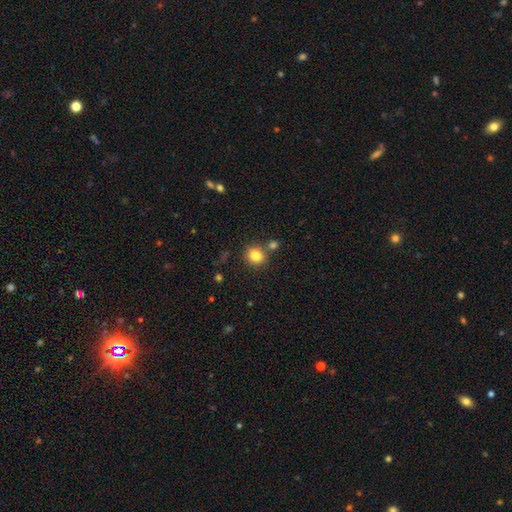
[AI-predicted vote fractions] smooth 83%, star or artifact 11%, featured or disk 6%. Down the decision tree: how rounded — round (83%); merging — none (75%).